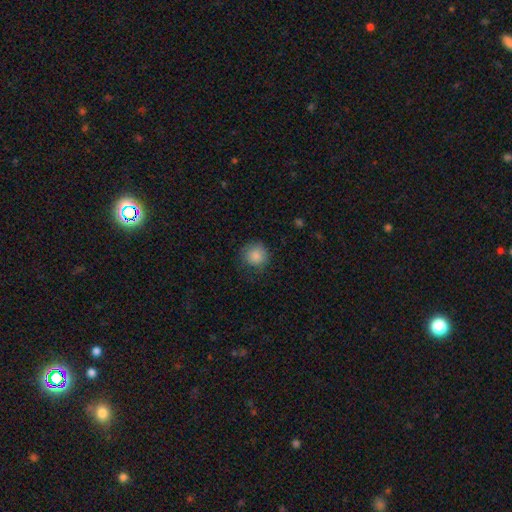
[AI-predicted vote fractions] The model was most divided on "merging": none: 79%, minor disturbance: 15%, major disturbance: 5%, merger: 1%. More confident: how rounded — round (91%); smooth or featured — smooth (87%).